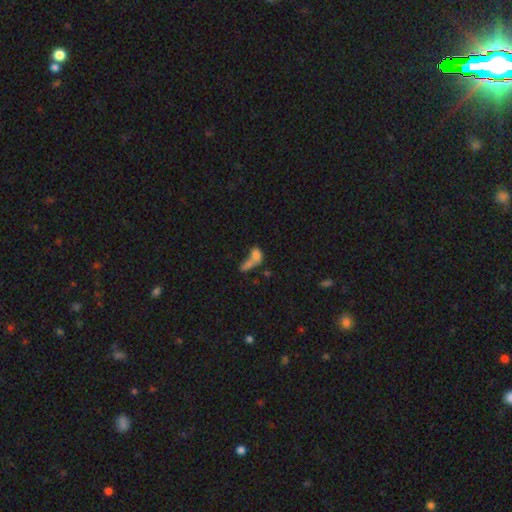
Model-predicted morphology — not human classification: A smooth galaxy with no disk features (49%).

Vote fractions:
- Smooth or featured? smooth: 49% / star or artifact: 29% / featured or disk: 22%
- Merging? merger: 49% / none: 31% / major disturbance: 11% / minor disturbance: 9%